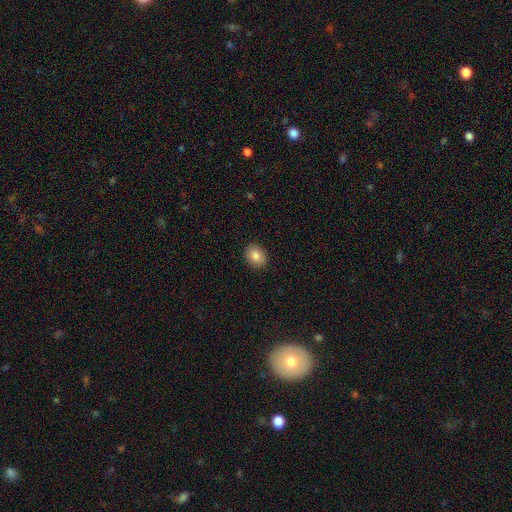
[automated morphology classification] Smooth or featured? Predicted: smooth (p=0.85). How rounded? Predicted: in between (p=0.60). Merging? Predicted: none (p=0.90).